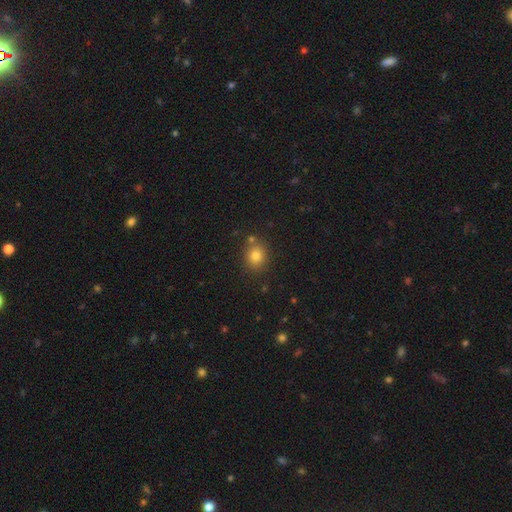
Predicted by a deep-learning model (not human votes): smooth 81%, star or artifact 12%, featured or disk 7%. Down the decision tree: how rounded — round (64%); merging — none (78%).